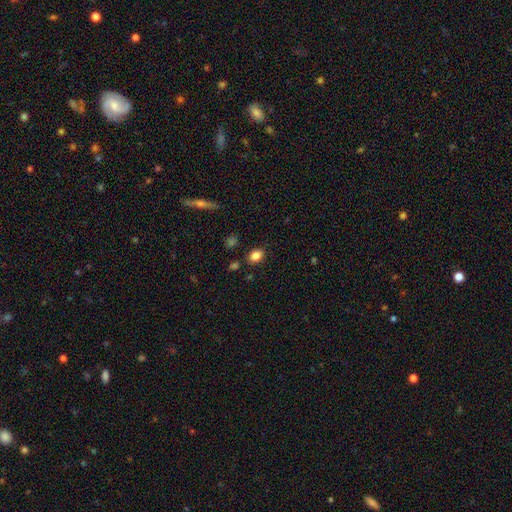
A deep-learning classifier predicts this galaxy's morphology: A smooth galaxy with no disk features (83%) that is in between round and cigar-shaped (72%).

Vote fractions:
- Smooth or featured? smooth: 83% / star or artifact: 10% / featured or disk: 6%
- How rounded? in between: 72% / round: 27% / cigar-shaped: 1%
- Merging? none: 85% / minor disturbance: 10% / merger: 3% / major disturbance: 3%